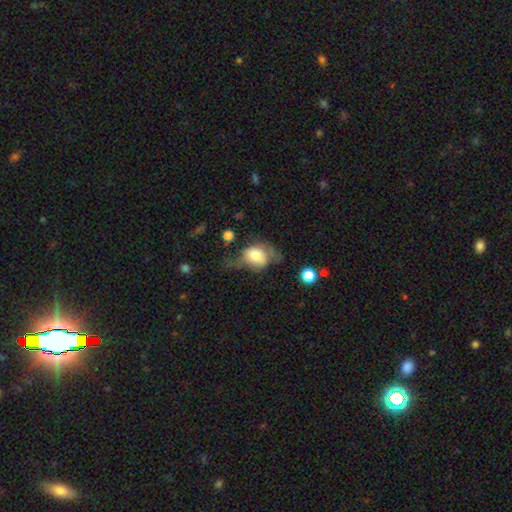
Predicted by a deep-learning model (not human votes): Smooth or featured? smooth (62%)
How rounded? in between (60%)
Merging? major disturbance (34%)